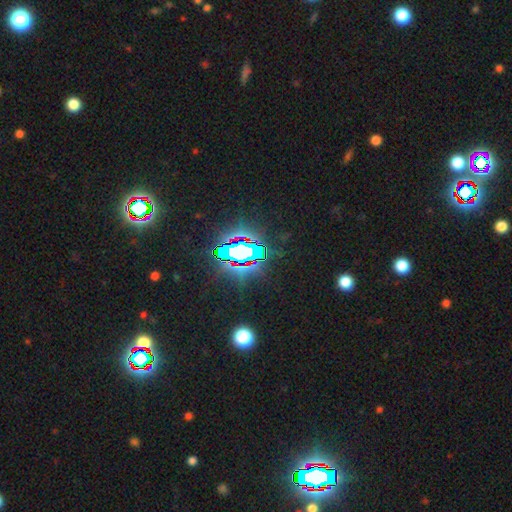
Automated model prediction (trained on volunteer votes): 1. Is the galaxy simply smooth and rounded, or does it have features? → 77% star or artifact, 13% smooth, 10% featured or disk.